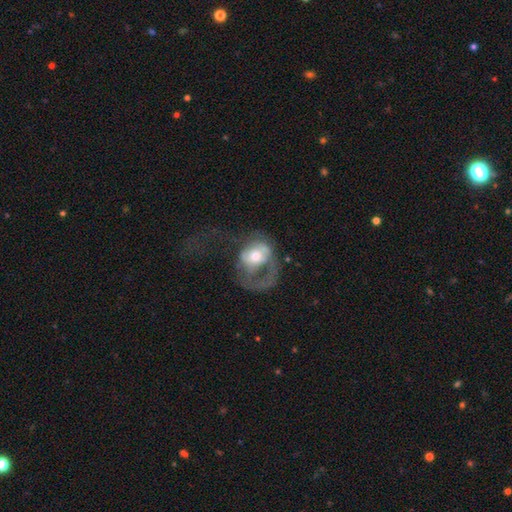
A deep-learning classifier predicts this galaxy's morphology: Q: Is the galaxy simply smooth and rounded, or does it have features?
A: featured or disk — 50%.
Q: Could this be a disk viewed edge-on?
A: no — 96%.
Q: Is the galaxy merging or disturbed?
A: major disturbance — 67%.